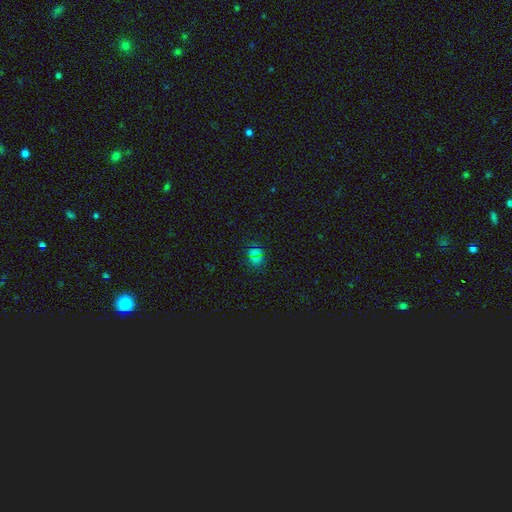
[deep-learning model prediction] Smooth or featured?
  - smooth: 56% *
  - star or artifact: 36%
  - featured or disk: 7%
How rounded?
  - round: 80% *
  - in between: 18%
  - cigar-shaped: 2%
Merging?
  - none: 85% *
  - minor disturbance: 9%
  - major disturbance: 3%
  - merger: 2%